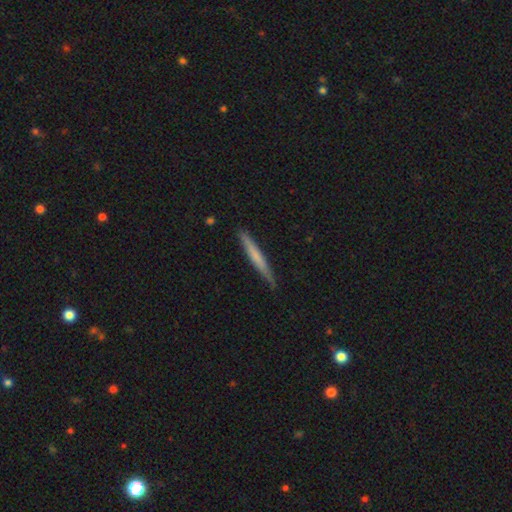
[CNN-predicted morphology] A smooth galaxy with no disk features (58%) that is cigar-shaped (96%). Merging: none (84%).